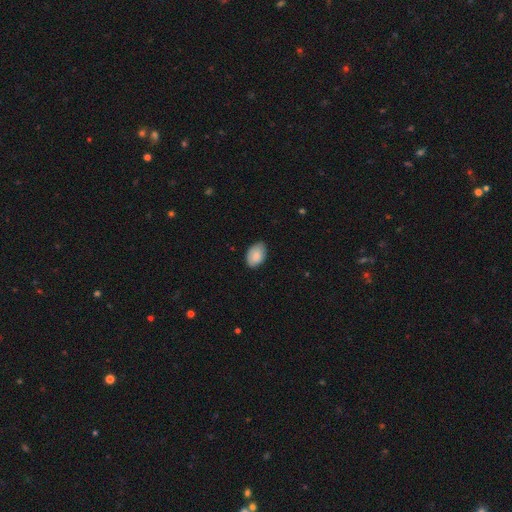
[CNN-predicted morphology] Q: Smooth or featured?
A: smooth (87%); runner-up: featured or disk (7%)
Q: How rounded?
A: in between (89%); runner-up: round (9%)
Q: Merging?
A: none (79%); runner-up: minor disturbance (18%)